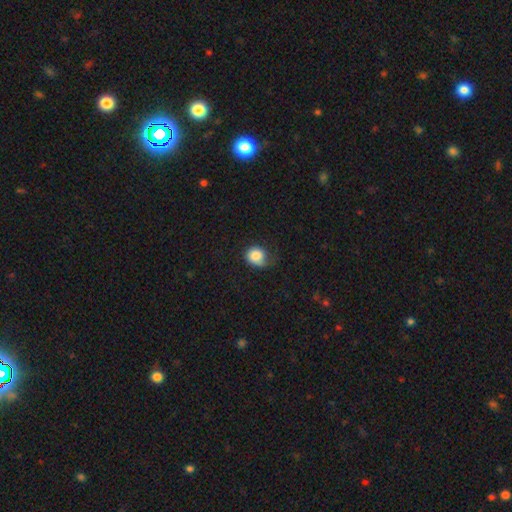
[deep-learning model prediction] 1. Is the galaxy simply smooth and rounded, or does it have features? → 84% smooth, 8% featured or disk, 8% star or artifact.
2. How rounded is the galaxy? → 72% round, 28% in between, 1% cigar-shaped.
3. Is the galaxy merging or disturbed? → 46% none, 36% minor disturbance, 17% major disturbance, 2% merger.